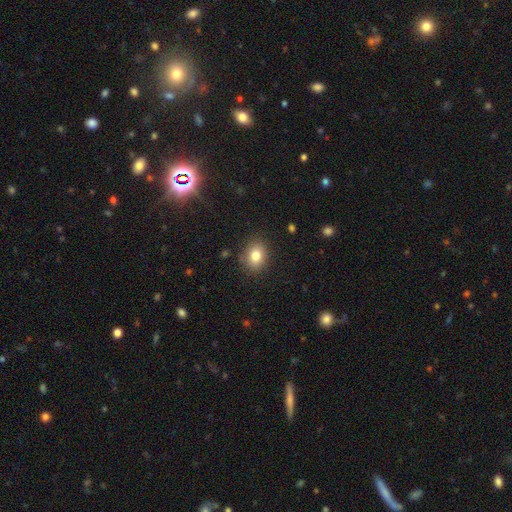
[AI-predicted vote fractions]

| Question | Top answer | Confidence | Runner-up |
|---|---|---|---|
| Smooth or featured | smooth | 80% | star or artifact (10%) |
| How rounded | in between | 52% | round (47%) |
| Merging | none | 84% | minor disturbance (12%) |